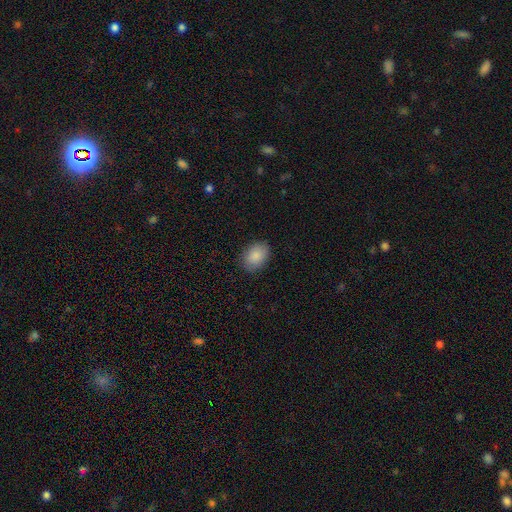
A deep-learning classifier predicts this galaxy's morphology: smooth_or_featured: smooth (p=0.88) [alt: star or artifact p=0.07]
how_rounded: in between (p=0.77) [alt: round p=0.22]
merging: none (p=0.87) [alt: minor disturbance p=0.10]